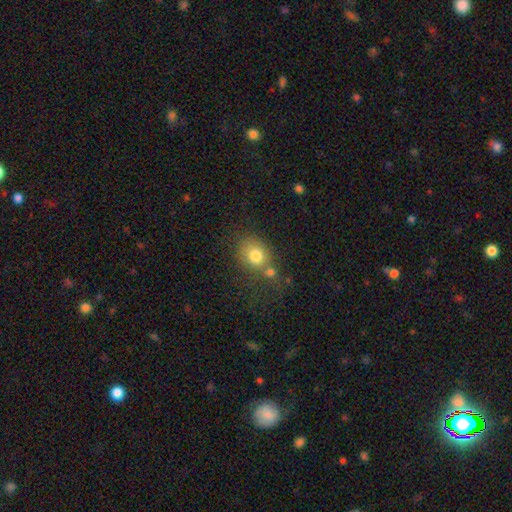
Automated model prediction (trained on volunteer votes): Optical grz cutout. It shows a smooth galaxy with no disk features (78%) that is round (66%). Merging: none (49%).